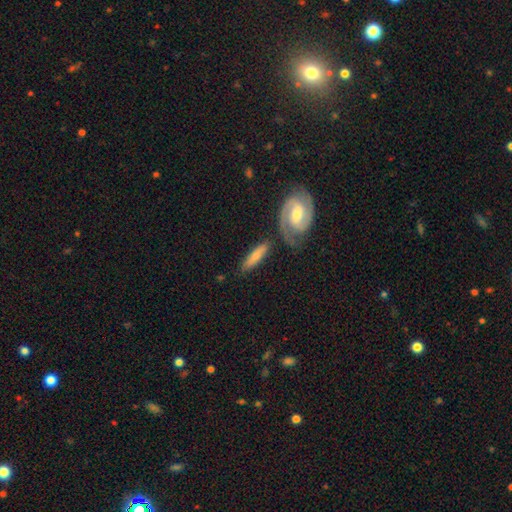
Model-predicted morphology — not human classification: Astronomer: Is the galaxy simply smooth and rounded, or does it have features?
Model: smooth — 60%.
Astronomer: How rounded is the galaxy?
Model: cigar-shaped — 73%.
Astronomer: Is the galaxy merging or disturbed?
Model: none — 72%.